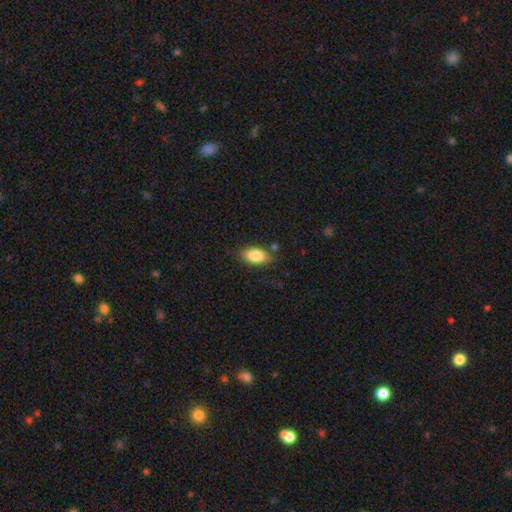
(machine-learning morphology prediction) Smooth or featured: smooth — 86% (star or artifact — 7%)
How rounded: in between — 92% (round — 4%)
Merging: none — 82% (minor disturbance — 13%)